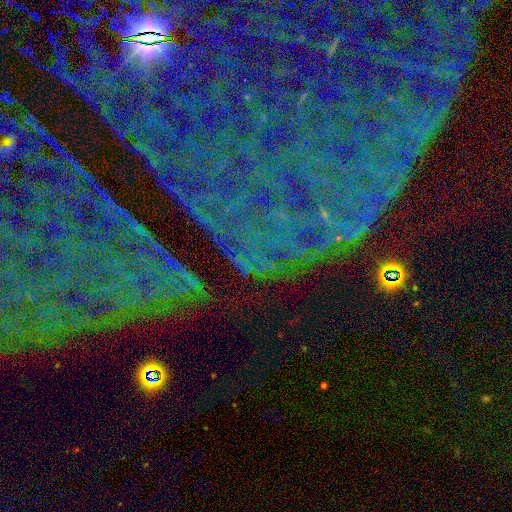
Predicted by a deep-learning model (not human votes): Smooth or featured? Predicted: star or artifact (p=0.80).